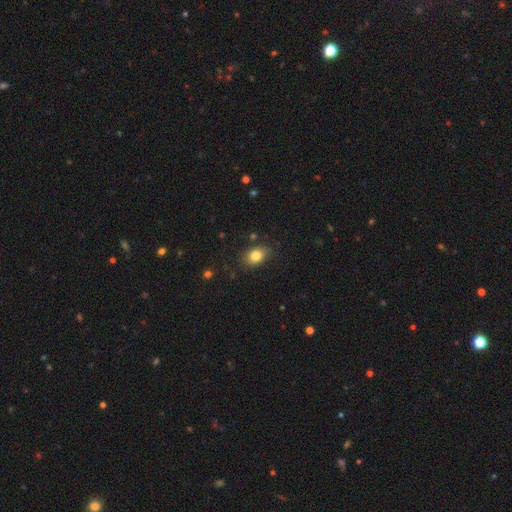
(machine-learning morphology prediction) A smooth galaxy with no disk features (83%) that is in between round and cigar-shaped (71%). Merging: none (81%).